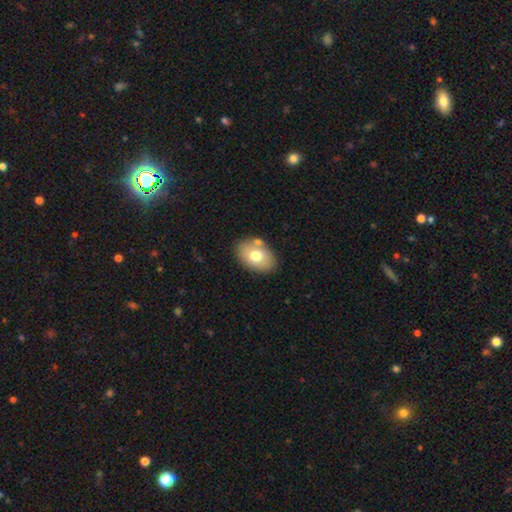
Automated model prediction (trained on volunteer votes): Smooth or featured? Predicted: smooth (p=0.71). How rounded? Predicted: in between (p=0.84). Merging? Predicted: none (p=0.74).